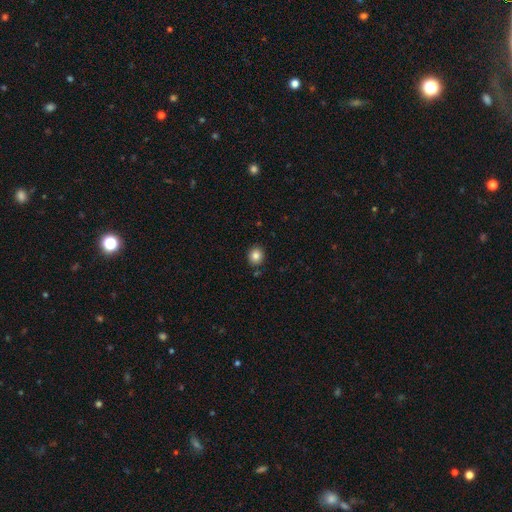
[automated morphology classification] smooth 84%, star or artifact 10%, featured or disk 6%. Down the decision tree: how rounded — round (82%); merging — none (86%).